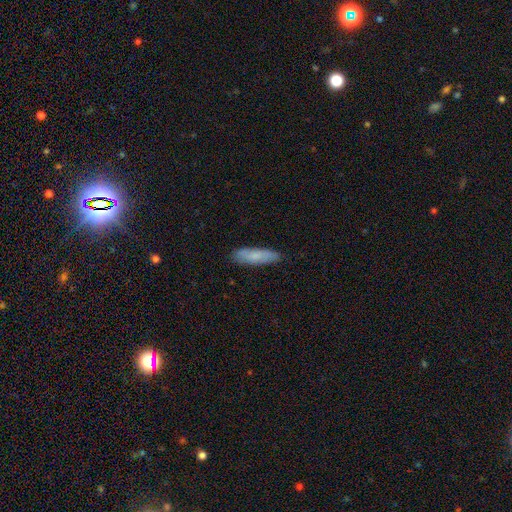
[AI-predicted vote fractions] Q: Smooth or featured?
A: smooth (79%); runner-up: featured or disk (15%)
Q: How rounded?
A: cigar-shaped (68%); runner-up: in between (30%)
Q: Merging?
A: none (85%); runner-up: minor disturbance (12%)